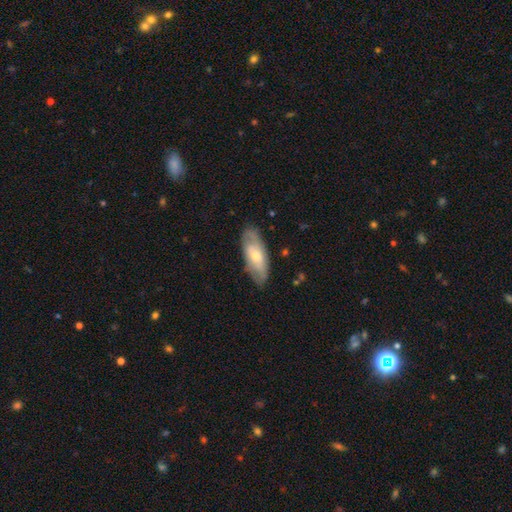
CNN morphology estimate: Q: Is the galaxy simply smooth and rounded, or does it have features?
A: smooth — 47%, tied with featured or disk.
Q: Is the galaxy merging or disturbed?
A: none — 75%.